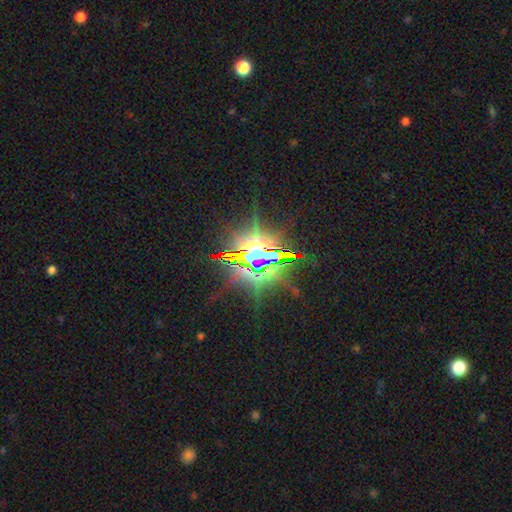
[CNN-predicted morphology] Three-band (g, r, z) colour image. It shows a star or artifact, not a galaxy (84%).